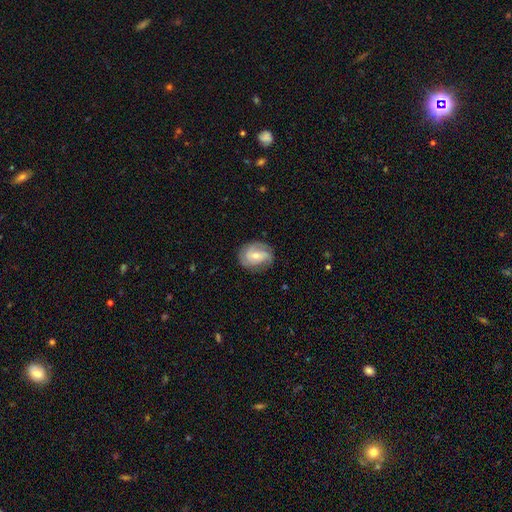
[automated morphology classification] A featured or disk galaxy (66%) with no bar (49%), 2 (45%) tight (45%) spiral arms (89%) and a small central bulge (51%).

Vote fractions:
- Smooth or featured? featured or disk: 66% / smooth: 27% / star or artifact: 6%
- Edge-on disk? no: 97% / yes: 3%
- Bar? no: 49% / weak: 37% / strong: 14%
- Spiral arms? yes: 89% / no: 11%
- Spiral winding? tight: 45% / medium: 39% / loose: 16%
- Spiral arm count? 2: 45% / 3: 21% / can't tell: 21% / 1: 6% / 4: 4% / more than 4: 3%
- Bulge size? small: 51% / moderate: 45% / large: 2% / none: 2% / dominant: 1%
- Merging? none: 74% / minor disturbance: 18% / major disturbance: 7% / merger: 1%